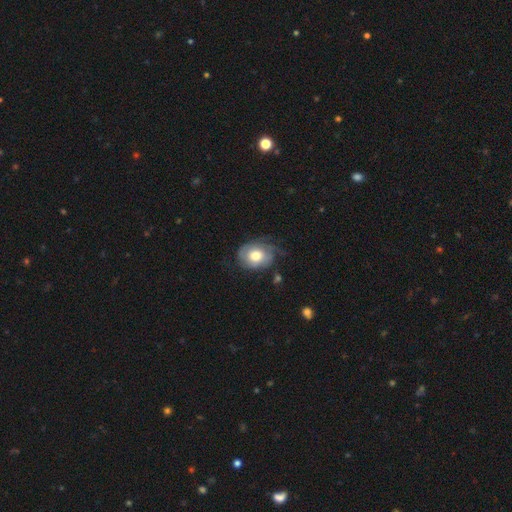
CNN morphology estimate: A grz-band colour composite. It shows a featured or disk galaxy (51%). Merging: none (50%).